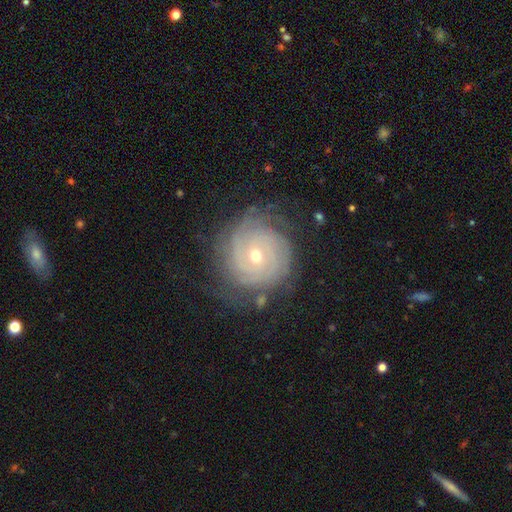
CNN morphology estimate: A featured or disk galaxy (82%) with no bar (74%), tight (83%) spiral arms (95%) and a small central bulge (52%).

Vote fractions:
- Smooth or featured? featured or disk: 82% / smooth: 11% / star or artifact: 8%
- Edge-on disk? no: 97% / yes: 3%
- Bar? no: 74% / weak: 20% / strong: 5%
- Spiral arms? yes: 95% / no: 5%
- Spiral winding? tight: 83% / medium: 14% / loose: 3%
- Spiral arm count? can't tell: 36% / 3: 19% / 2: 17% / 4: 14% / more than 4: 8% / 1: 6%
- Bulge size? small: 52% / moderate: 45% / large: 1% / dominant: 1% / none: 1%
- Merging? none: 74% / minor disturbance: 17% / major disturbance: 7% / merger: 2%